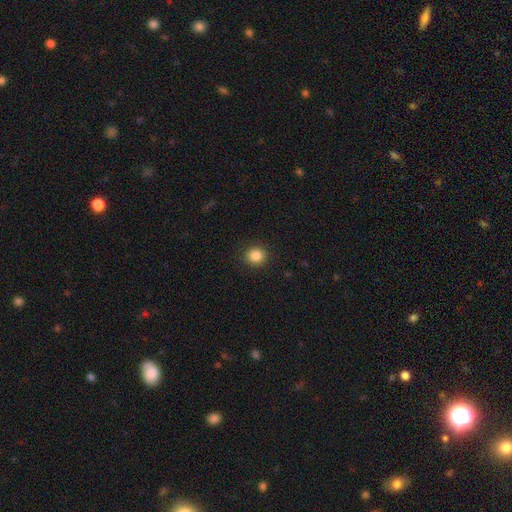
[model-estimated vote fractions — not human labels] smooth-or-featured: smooth: 86% | star or artifact: 10% | featured or disk: 4%
  how-rounded: round: 88% | in between: 11% | cigar-shaped: 1%
  merging: none: 91% | minor disturbance: 6% | major disturbance: 2% | merger: 1%